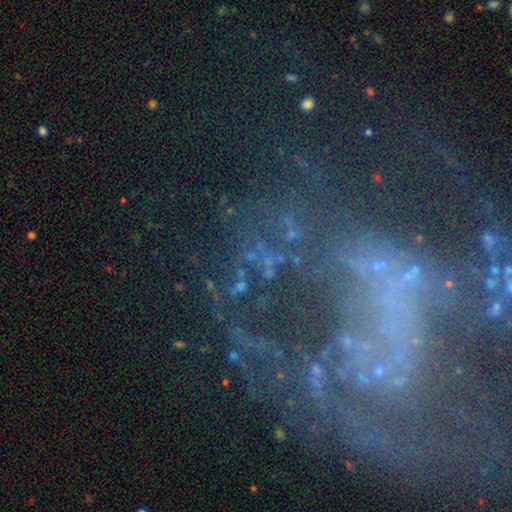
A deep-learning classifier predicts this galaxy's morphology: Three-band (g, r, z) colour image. It shows a star or artifact, not a galaxy (49%).